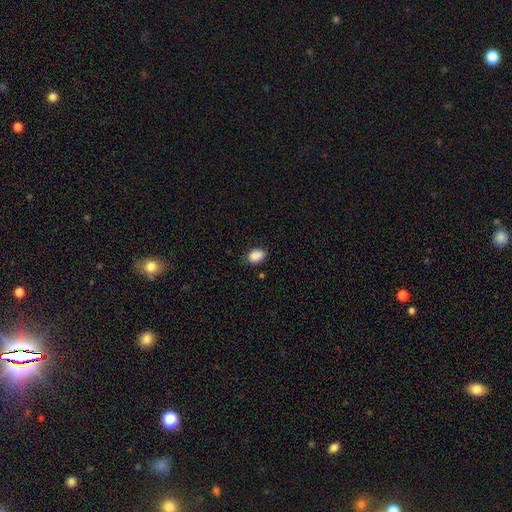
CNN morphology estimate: A smooth galaxy with no disk features (88%) that is in between round and cigar-shaped (81%). Merging: none (75%).